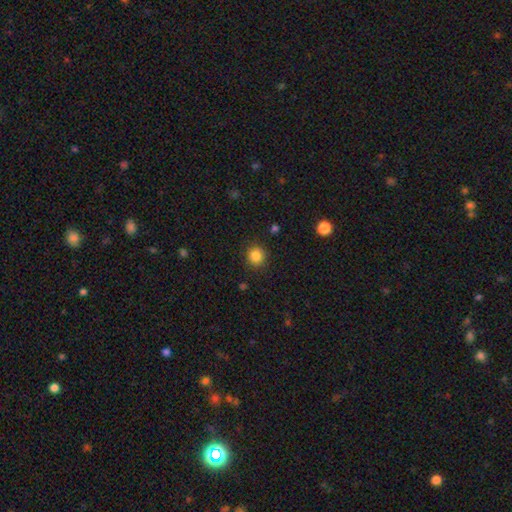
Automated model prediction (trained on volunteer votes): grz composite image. It shows a smooth galaxy with no disk features (85%) that is round (92%). Merging: none (89%).